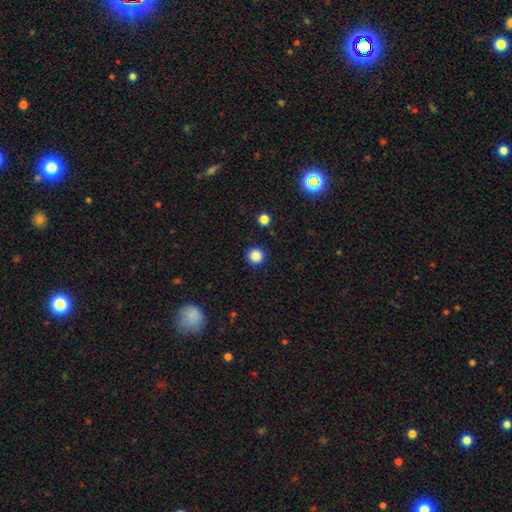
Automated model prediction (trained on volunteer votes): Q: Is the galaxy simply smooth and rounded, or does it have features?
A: smooth — 86%.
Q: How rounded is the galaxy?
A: round — 96%.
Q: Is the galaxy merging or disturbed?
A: none — 92%.